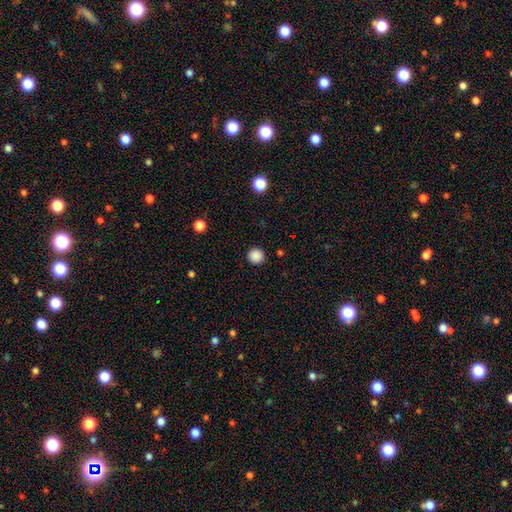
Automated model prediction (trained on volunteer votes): smooth 88%, star or artifact 10%, featured or disk 2%. Down the decision tree: how rounded — round (94%); merging — none (92%).